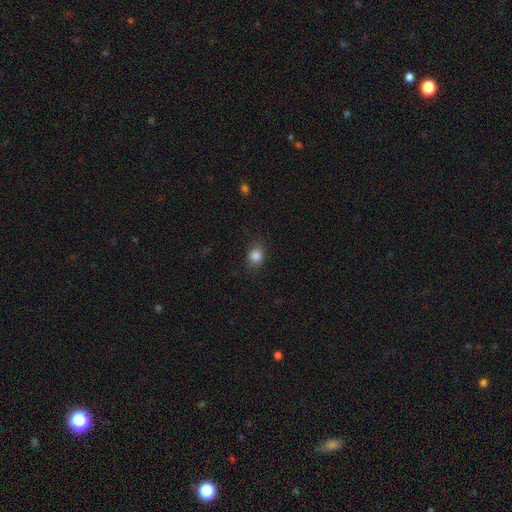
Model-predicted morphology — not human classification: A smooth galaxy with no disk features (85%) that is round (61%).

Vote fractions:
- Smooth or featured? smooth: 85% / star or artifact: 10% / featured or disk: 4%
- How rounded? round: 61% / in between: 38% / cigar-shaped: 1%
- Merging? none: 83% / minor disturbance: 12% / major disturbance: 4% / merger: 1%